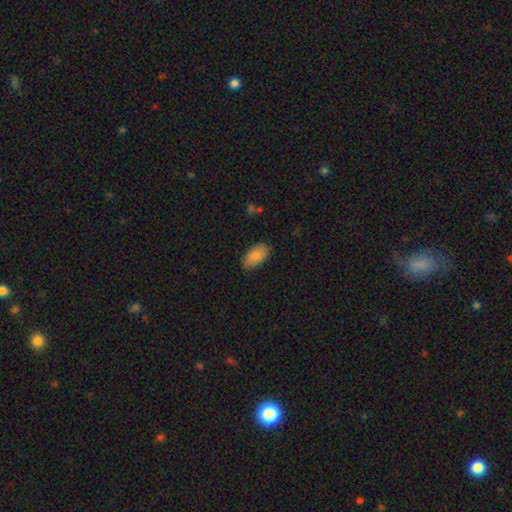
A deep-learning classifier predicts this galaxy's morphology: A smooth galaxy with no disk features (87%) that is in between round and cigar-shaped (94%).

Vote fractions:
- Smooth or featured? smooth: 87% / featured or disk: 7% / star or artifact: 6%
- How rounded? in between: 94% / round: 3% / cigar-shaped: 2%
- Merging? none: 80% / minor disturbance: 16% / major disturbance: 3% / merger: 1%